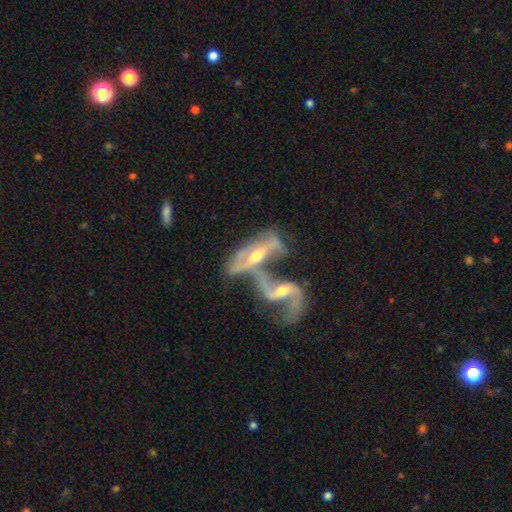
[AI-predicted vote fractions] smooth-or-featured: featured or disk: 81% | smooth: 13% | star or artifact: 7%
  disk-edge-on: no: 80% | yes: 20%
    bar: no: 42% | weak: 35% | strong: 24%
    has-spiral-arms: yes: 77% | no: 23%
    bulge-size: moderate: 61% | small: 32% | large: 4% | none: 3% | dominant: 1%
  merging: merger: 66% | none: 16% | major disturbance: 10% | minor disturbance: 8%